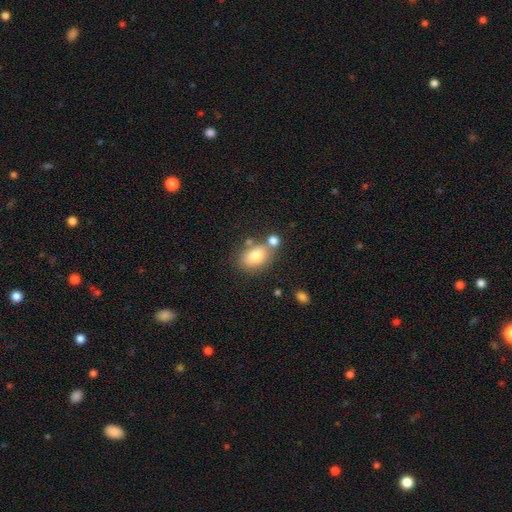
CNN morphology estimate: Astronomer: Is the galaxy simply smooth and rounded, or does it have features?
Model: smooth — 79%.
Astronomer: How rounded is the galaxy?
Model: in between — 77%.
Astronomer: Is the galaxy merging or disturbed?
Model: none — 58%.